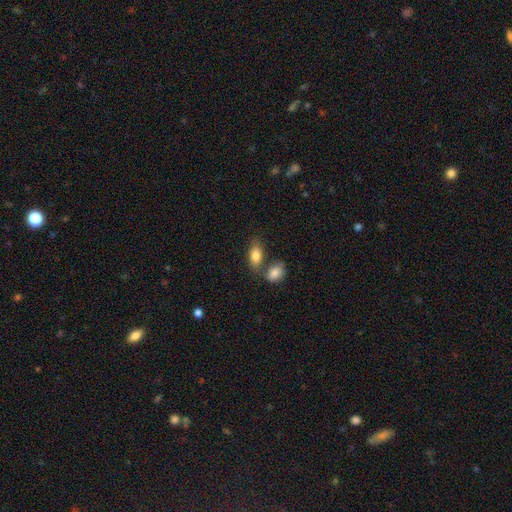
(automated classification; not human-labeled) Overall: smooth (82%). How rounded: in between (89%). Merging: none (50%; merger 33%).